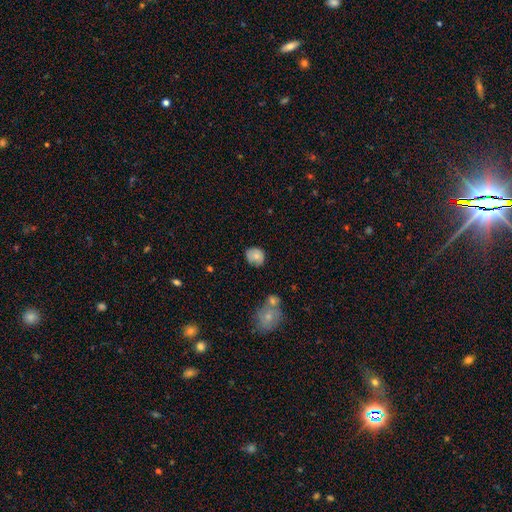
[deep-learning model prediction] Morphology: type=smooth (77%); roundness=round (70%); merging=none (67%).